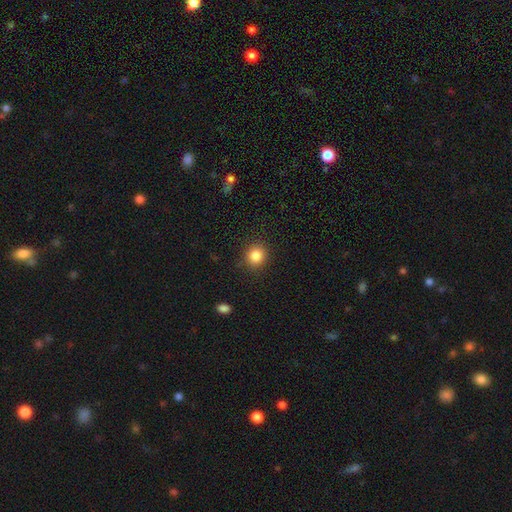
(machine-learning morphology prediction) smooth-or-featured: smooth: 85% | star or artifact: 10% | featured or disk: 5%
  how-rounded: round: 86% | in between: 13% | cigar-shaped: 1%
  merging: none: 89% | minor disturbance: 8% | major disturbance: 3% | merger: 1%